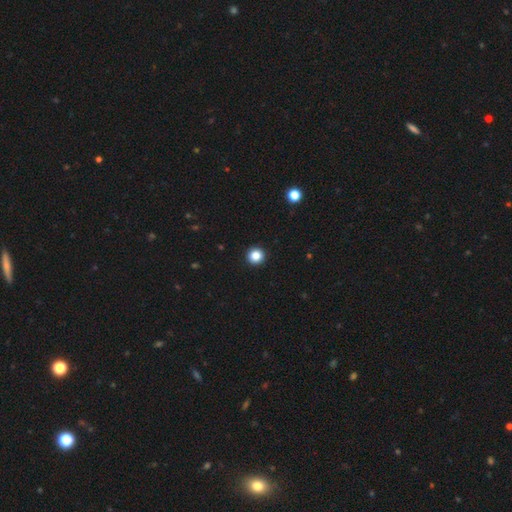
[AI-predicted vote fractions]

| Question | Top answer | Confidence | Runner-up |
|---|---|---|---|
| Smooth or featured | smooth | 85% | star or artifact (11%) |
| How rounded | round | 96% | in between (3%) |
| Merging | none | 94% | minor disturbance (4%) |